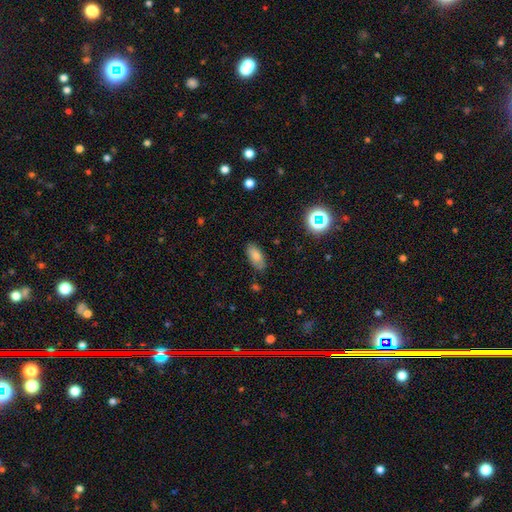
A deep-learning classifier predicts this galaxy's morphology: This appears to be a smooth galaxy with no disk features (78%) that is in between round and cigar-shaped (88%). Merging: none (82%).